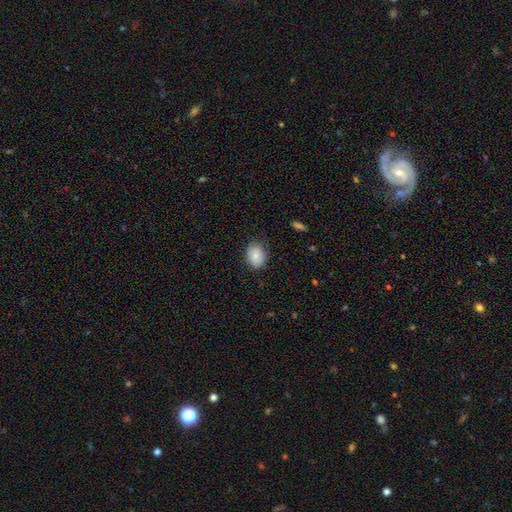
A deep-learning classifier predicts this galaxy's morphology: A smooth galaxy with no disk features (83%) that is in between round and cigar-shaped (66%). Merging: none (81%).